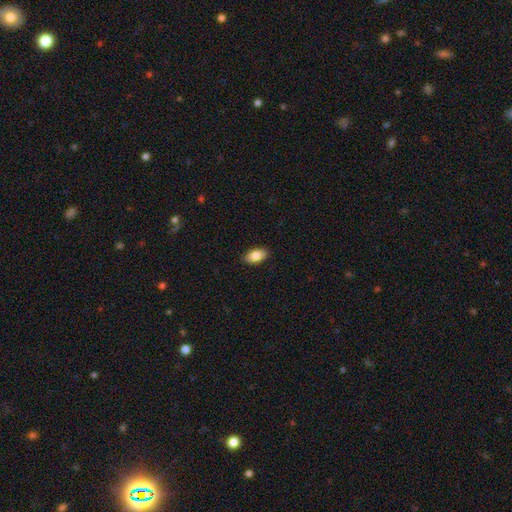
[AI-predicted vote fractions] A smooth galaxy with no disk features (85%) that is in between round and cigar-shaped (93%).

Vote fractions:
- Smooth or featured? smooth: 85% / featured or disk: 8% / star or artifact: 7%
- How rounded? in between: 93% / round: 4% / cigar-shaped: 2%
- Merging? none: 89% / minor disturbance: 8% / major disturbance: 2% / merger: 1%